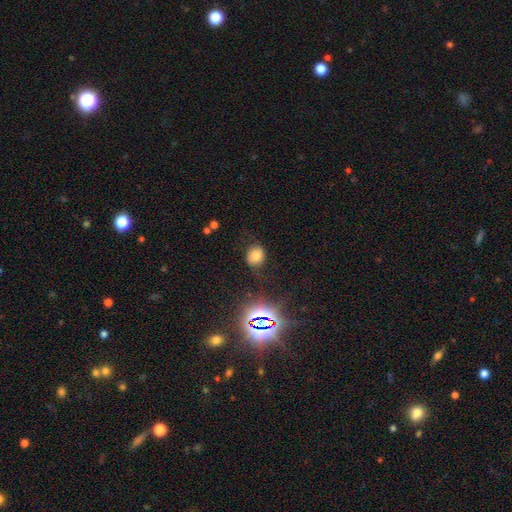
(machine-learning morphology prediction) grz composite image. It shows a smooth galaxy with no disk features (69%) that is round (67%). Merging: none (77%).